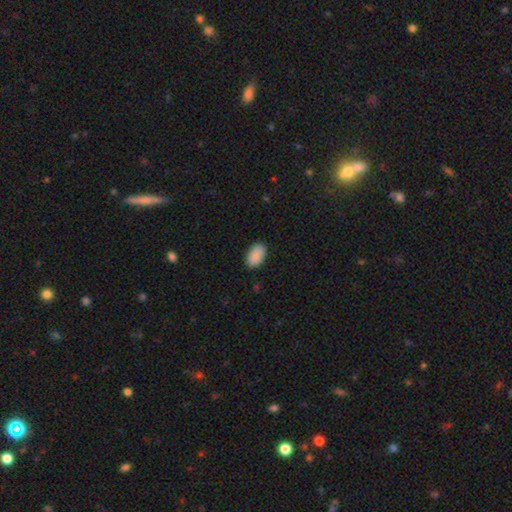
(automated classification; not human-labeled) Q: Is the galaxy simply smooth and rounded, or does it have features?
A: smooth — 90%.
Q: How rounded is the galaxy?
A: in between — 94%.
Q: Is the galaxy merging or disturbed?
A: none — 87%.